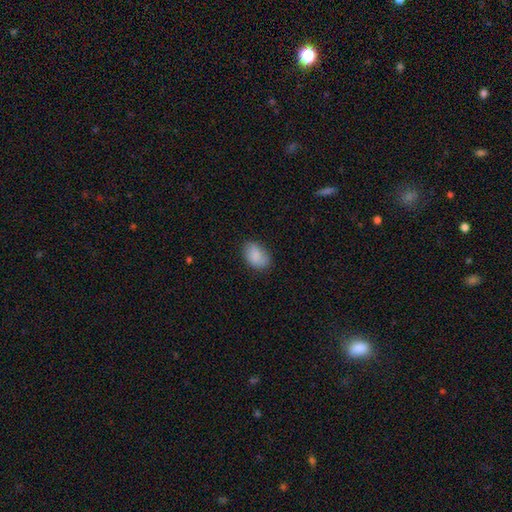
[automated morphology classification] Smooth or featured: smooth — 85% (featured or disk — 8%)
How rounded: in between — 83% (round — 16%)
Merging: none — 72% (minor disturbance — 22%)